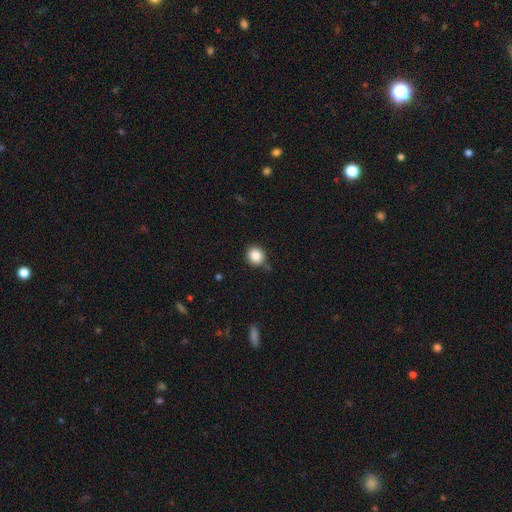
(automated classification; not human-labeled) Overall: smooth (86%). How rounded: round (89%). Merging: none (79%).